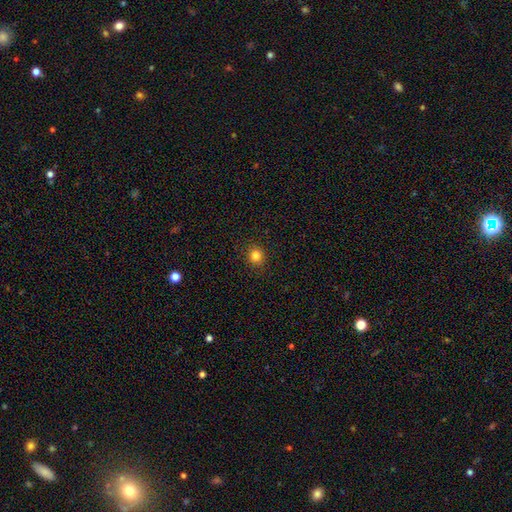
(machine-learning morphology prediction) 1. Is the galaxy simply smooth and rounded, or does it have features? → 82% smooth, 13% star or artifact, 5% featured or disk.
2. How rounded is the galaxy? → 88% round, 11% in between, 1% cigar-shaped.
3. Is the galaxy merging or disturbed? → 91% none, 6% minor disturbance, 2% major disturbance, 1% merger.